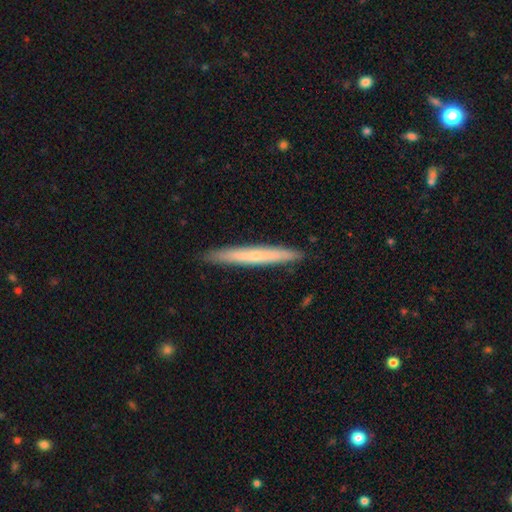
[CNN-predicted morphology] A smooth galaxy with no disk features (50%). Merging: none (91%).